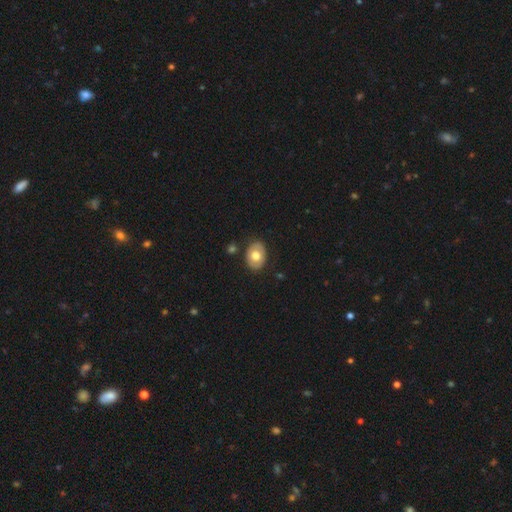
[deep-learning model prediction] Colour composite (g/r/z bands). It shows a smooth galaxy with no disk features (64%) that is in between round and cigar-shaped (74%). Merging: none (84%).